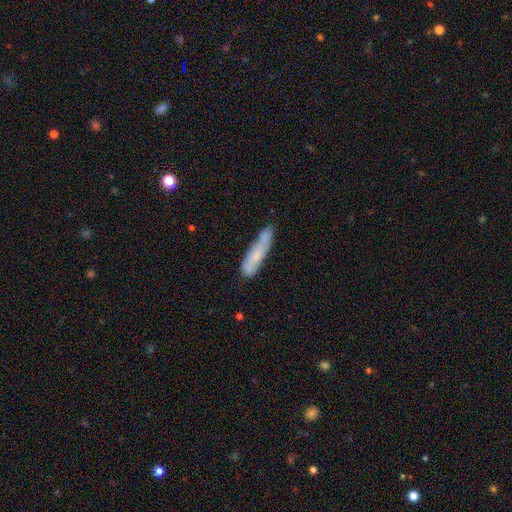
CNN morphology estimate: Smooth or featured? smooth (56%)
How rounded? cigar-shaped (79%)
Merging? none (61%)